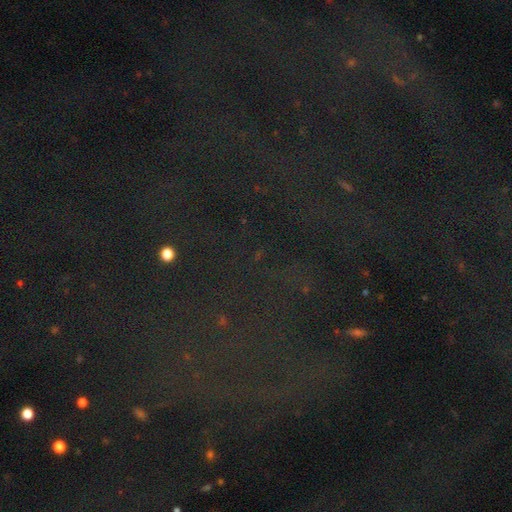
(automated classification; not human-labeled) Smooth or featured?
  - star or artifact: 81% *
  - smooth: 10%
  - featured or disk: 9%